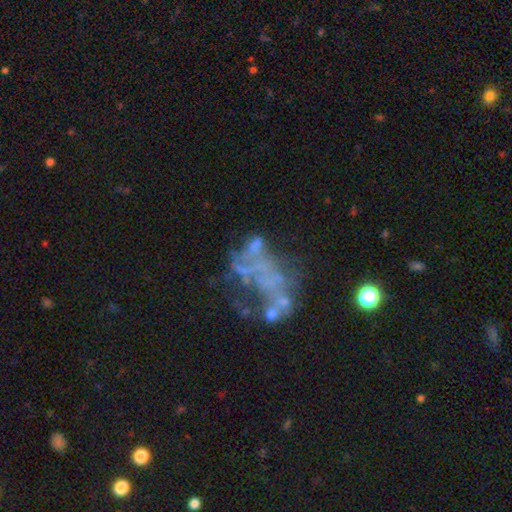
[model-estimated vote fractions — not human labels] Smooth or featured? Predicted: featured or disk (p=0.63). Edge-on disk? Predicted: no (p=0.98). Bar? Predicted: no (p=0.92). Spiral arms? Predicted: no (p=0.92). Bulge size? Predicted: none (p=0.86). Merging? Predicted: major disturbance (p=0.38).